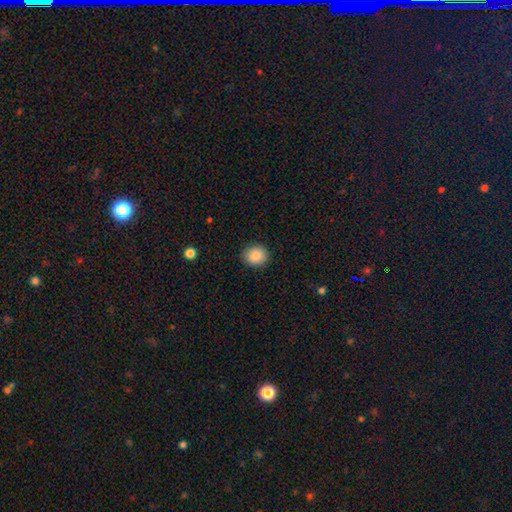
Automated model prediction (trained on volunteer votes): Smooth or featured: smooth — 88% (star or artifact — 8%)
How rounded: round — 68% (in between — 31%)
Merging: none — 89% (minor disturbance — 8%)